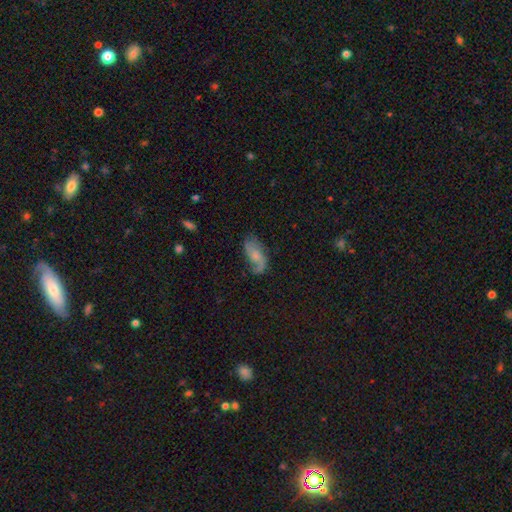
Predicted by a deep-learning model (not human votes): Smooth or featured: featured or disk — 56% (smooth — 36%)
Edge-on disk: no — 94% (yes — 6%)
Bar: no — 65% (weak — 29%)
Spiral arms: yes — 87% (no — 13%)
Bulge size: small — 46% (moderate — 31%)
Merging: none — 56% (minor disturbance — 26%)